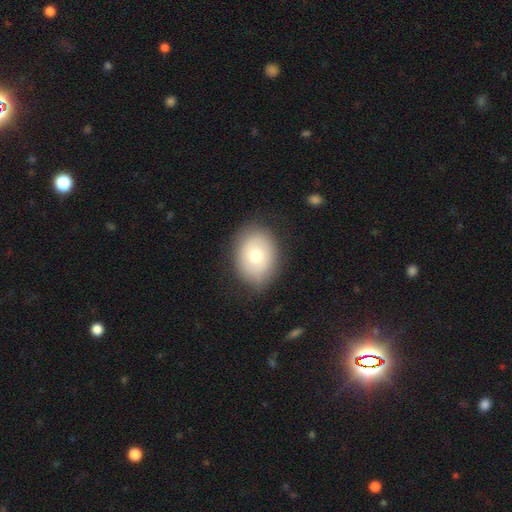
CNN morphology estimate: A smooth galaxy with no disk features (69%) that is in between round and cigar-shaped (64%). Merging: none (81%).